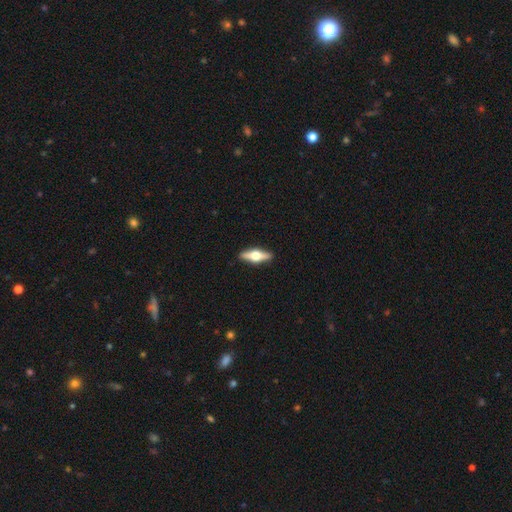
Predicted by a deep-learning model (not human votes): smooth_or_featured: featured or disk (p=0.62) [alt: smooth p=0.33]
disk_edge_on: yes (p=0.95) [alt: no p=0.05]
edge_on_bulge: rounded (p=0.96) [alt: boxy p=0.03]
merging: none (p=0.91) [alt: minor disturbance p=0.07]